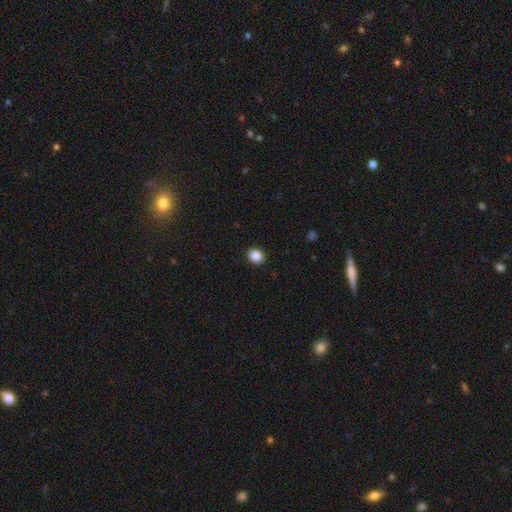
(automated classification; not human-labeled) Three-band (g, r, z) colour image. It shows a smooth galaxy with no disk features (87%) that is round (71%). Merging: none (91%).